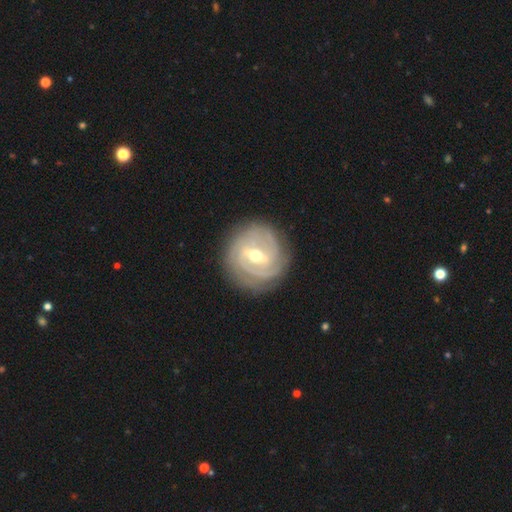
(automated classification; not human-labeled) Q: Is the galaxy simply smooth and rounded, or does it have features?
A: featured or disk — 87%.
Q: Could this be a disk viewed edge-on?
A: no — 96%.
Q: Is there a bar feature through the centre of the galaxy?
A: strong — 44%, tied with weak.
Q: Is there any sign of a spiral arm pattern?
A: yes — 95%.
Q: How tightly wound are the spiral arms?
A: tight — 72%.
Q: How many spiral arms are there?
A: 2 — 29%, tied with 3.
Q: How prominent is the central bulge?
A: moderate — 67%.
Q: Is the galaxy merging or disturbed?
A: none — 82%.